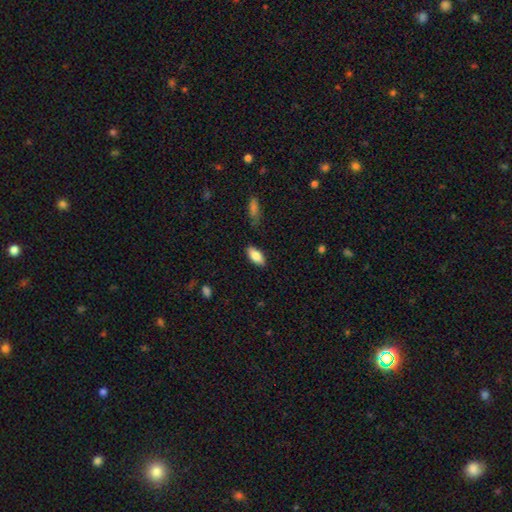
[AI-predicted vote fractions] A smooth galaxy with no disk features (83%) that is in between round and cigar-shaped (89%).

Vote fractions:
- Smooth or featured? smooth: 83% / featured or disk: 11% / star or artifact: 7%
- How rounded? in between: 89% / cigar-shaped: 9% / round: 2%
- Merging? none: 85% / minor disturbance: 11% / major disturbance: 2% / merger: 2%